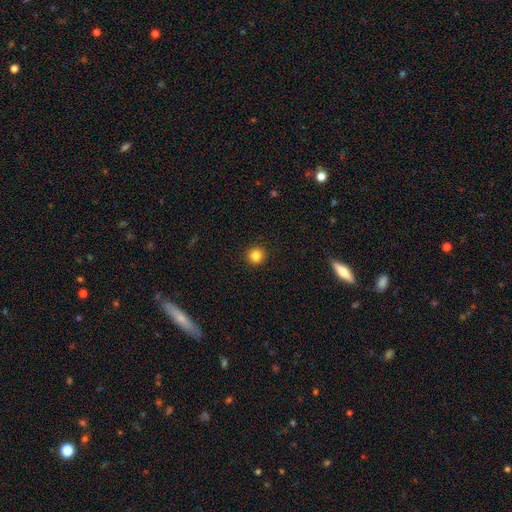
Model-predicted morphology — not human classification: The model was most divided on "smooth or featured": smooth: 84%, star or artifact: 11%, featured or disk: 4%. More confident: how rounded — round (94%); merging — none (93%).